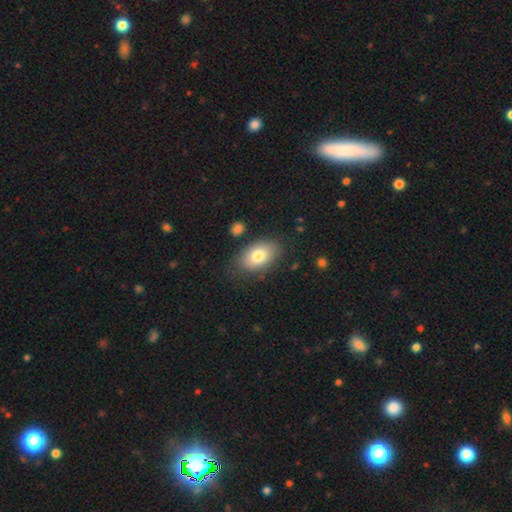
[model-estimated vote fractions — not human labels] Overall: smooth (75%). How rounded: in between (88%). Merging: none (84%).